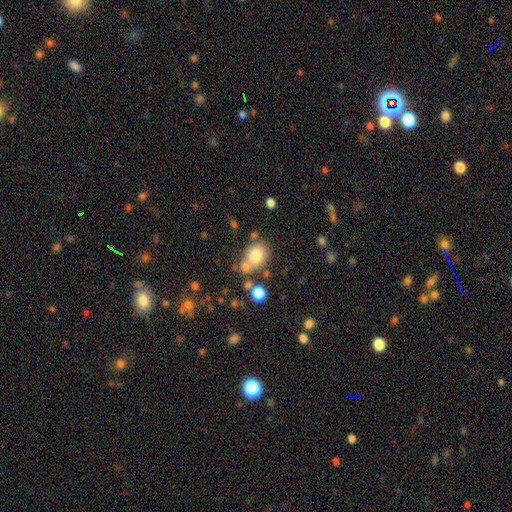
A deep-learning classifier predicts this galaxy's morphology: The model was most divided on "how rounded": in between: 54%, round: 44%, cigar-shaped: 1%. More confident: smooth or featured — smooth (77%); merging — none (55%).